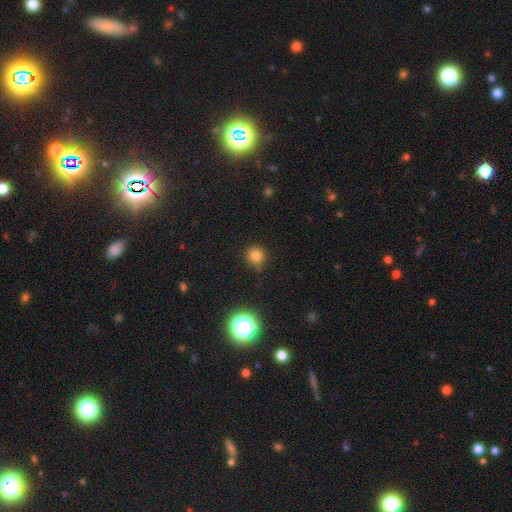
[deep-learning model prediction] Morphology: type=smooth (78%); roundness=round (93%); merging=none (78%).